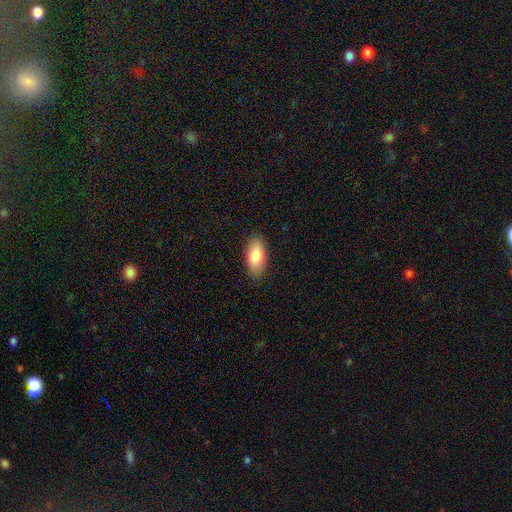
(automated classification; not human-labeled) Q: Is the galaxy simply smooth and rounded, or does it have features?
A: smooth — 85%.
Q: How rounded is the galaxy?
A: in between — 89%.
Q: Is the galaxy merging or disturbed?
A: none — 86%.